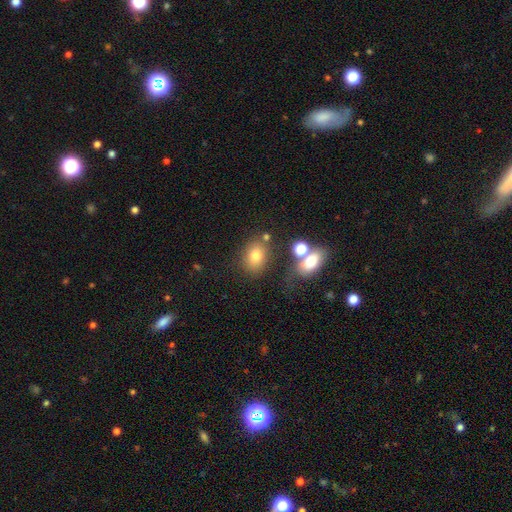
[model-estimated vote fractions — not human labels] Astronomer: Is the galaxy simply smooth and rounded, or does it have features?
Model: smooth — 75%.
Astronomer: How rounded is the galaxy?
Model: in between — 64%.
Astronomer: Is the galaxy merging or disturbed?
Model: none — 67%.